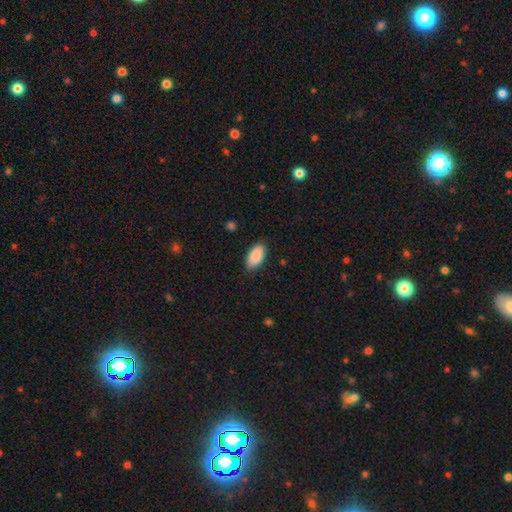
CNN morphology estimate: This is clearly a smooth galaxy (89%). How rounded: clearly in between (92%). Merging: clearly none (84%).